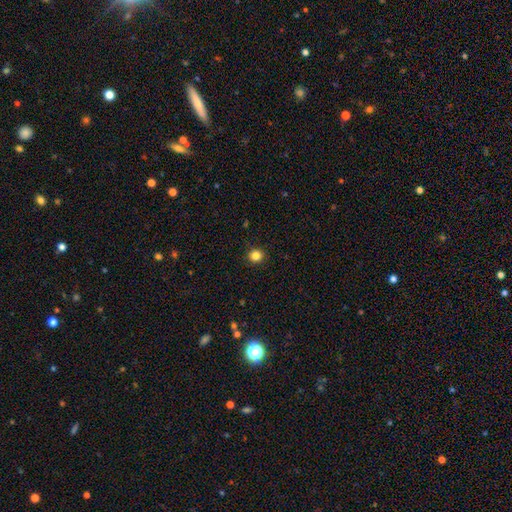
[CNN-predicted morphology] Q: Smooth or featured?
A: smooth (84%); runner-up: star or artifact (12%)
Q: How rounded?
A: round (90%); runner-up: in between (9%)
Q: Merging?
A: none (92%); runner-up: minor disturbance (5%)